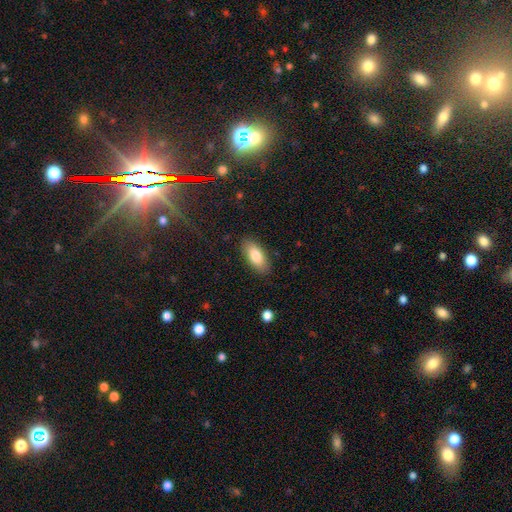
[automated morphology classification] smooth_or_featured: smooth (p=0.82) [alt: featured or disk p=0.12]
how_rounded: in between (p=0.87) [alt: cigar-shaped p=0.11]
merging: none (p=0.87) [alt: minor disturbance p=0.10]